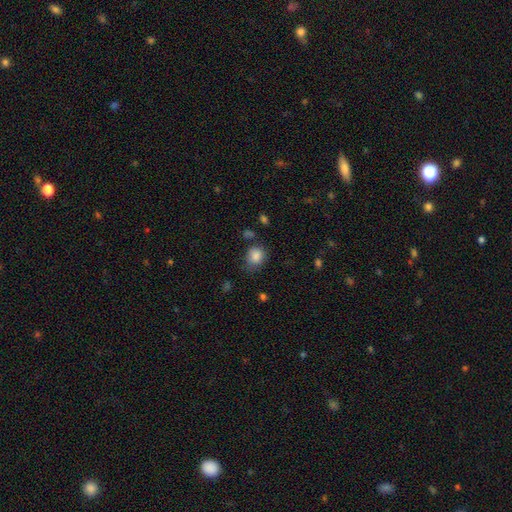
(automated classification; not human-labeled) Smooth or featured: smooth — 85% (star or artifact — 10%)
How rounded: round — 62% (in between — 37%)
Merging: none — 63% (minor disturbance — 26%)